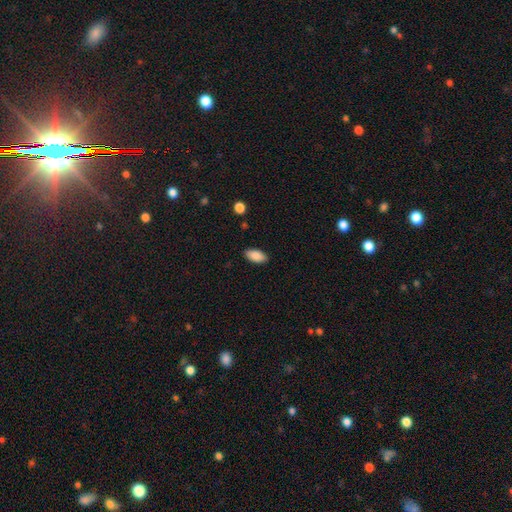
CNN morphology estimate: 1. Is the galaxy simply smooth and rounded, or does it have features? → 88% smooth, 7% star or artifact, 5% featured or disk.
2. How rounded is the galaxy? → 93% in between, 4% cigar-shaped, 2% round.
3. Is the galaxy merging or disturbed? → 88% none, 9% minor disturbance, 2% major disturbance, 1% merger.